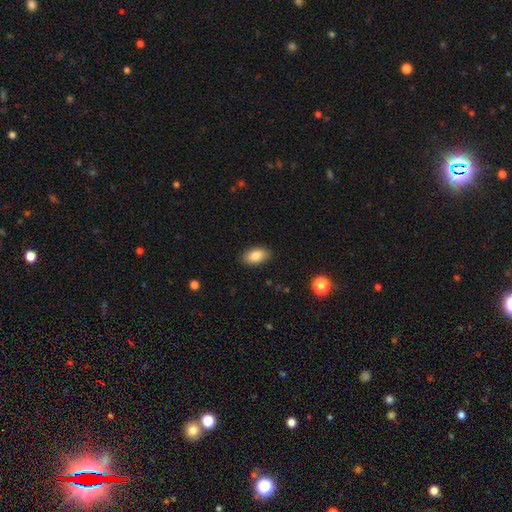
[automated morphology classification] This is clearly a smooth galaxy (84%). How rounded: clearly in between (92%). Merging: clearly none (88%).